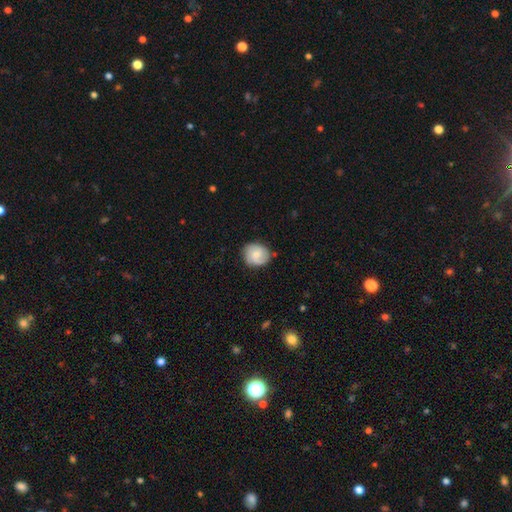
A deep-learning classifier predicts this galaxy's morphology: smooth 52%, featured or disk 41%, star or artifact 7%. Down the decision tree: how rounded — round (79%); merging — none (79%).